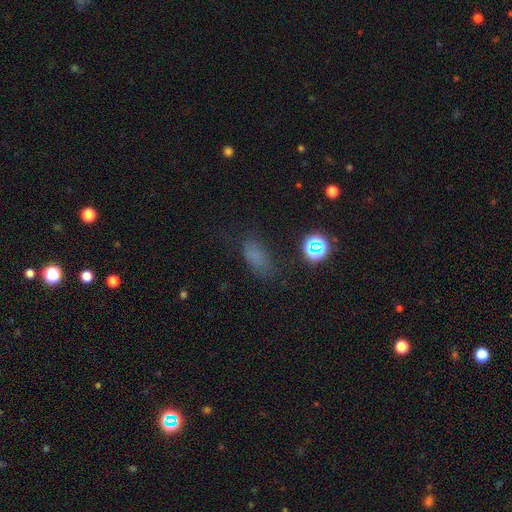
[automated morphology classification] This appears to be a smooth galaxy with no disk features (67%) that is in between round and cigar-shaped (82%). Merging: none (65%).